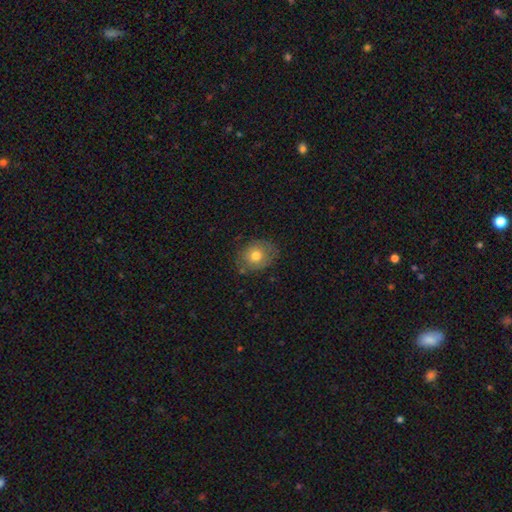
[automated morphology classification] This is likely a smooth galaxy (70%). How rounded: likely round (61%). Merging: likely none (73%).